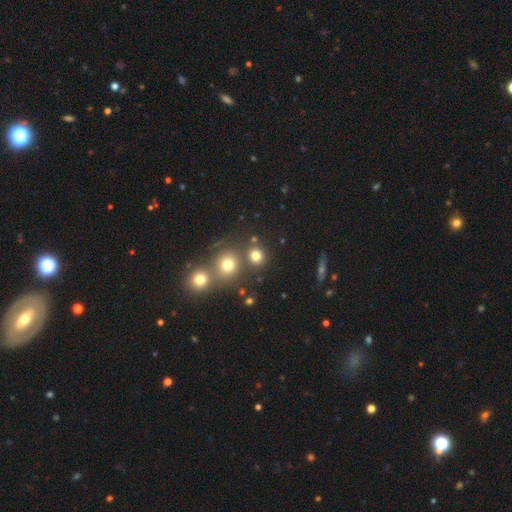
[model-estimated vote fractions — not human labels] smooth-or-featured: smooth: 76% | star or artifact: 16% | featured or disk: 7%
  how-rounded: round: 82% | in between: 16% | cigar-shaped: 1%
  merging: none: 69% | merger: 19% | minor disturbance: 8% | major disturbance: 4%